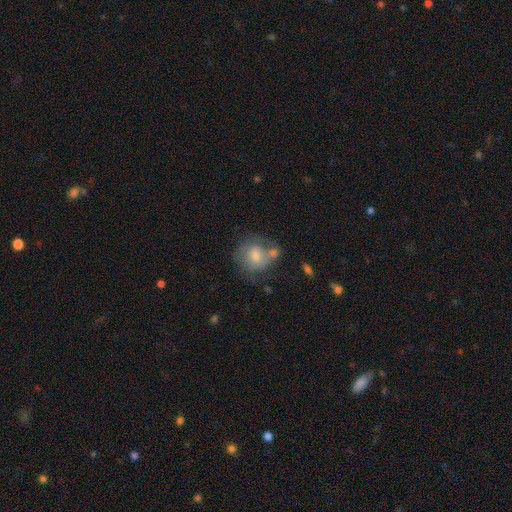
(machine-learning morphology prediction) Overall: smooth (58%; featured or disk 32%). How rounded: round (73%). Merging: none (51%; merger 21%).